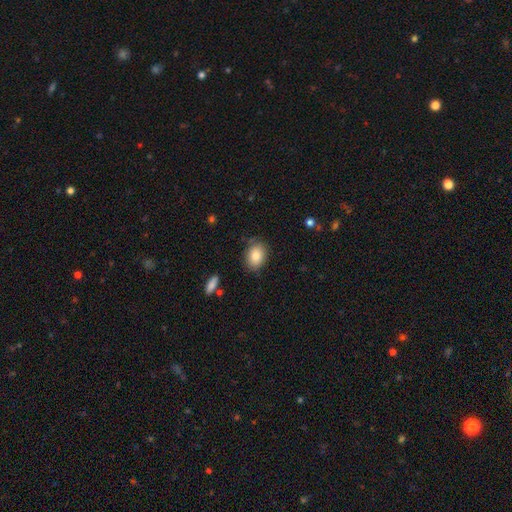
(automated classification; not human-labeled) smooth_or_featured: smooth (p=0.84) [alt: featured or disk p=0.09]
how_rounded: in between (p=0.73) [alt: round p=0.26]
merging: none (p=0.80) [alt: minor disturbance p=0.15]